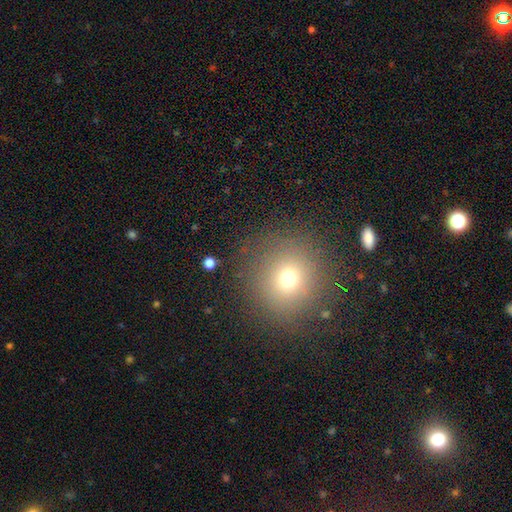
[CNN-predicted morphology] smooth 66%, star or artifact 25%, featured or disk 9%. Down the decision tree: how rounded — round (94%); merging — none (88%).